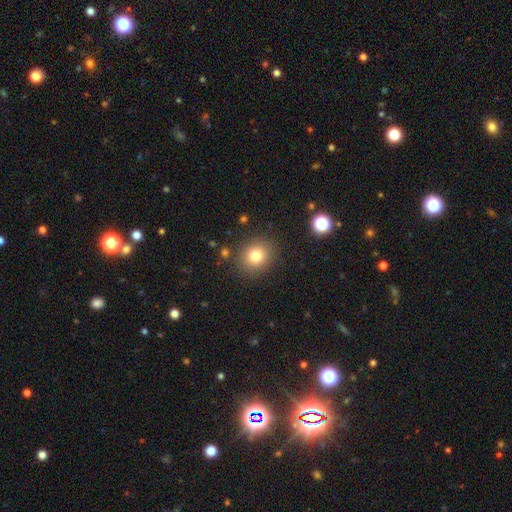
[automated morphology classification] This appears to be a smooth galaxy with no disk features (80%) that is round (78%). Merging: none (86%).